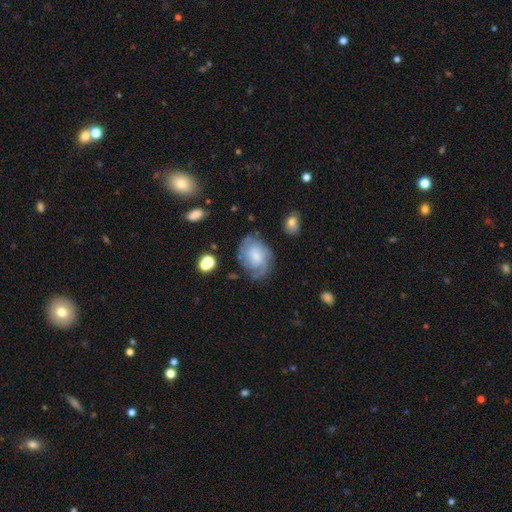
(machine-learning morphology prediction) smooth_or_featured: featured or disk (p=0.58) [alt: smooth p=0.34]
disk_edge_on: no (p=0.97) [alt: yes p=0.03]
bar: no (p=0.62) [alt: weak p=0.33]
has_spiral_arms: yes (p=0.83) [alt: no p=0.17]
bulge_size: small (p=0.35) [alt: moderate p=0.32]
merging: none (p=0.65) [alt: minor disturbance p=0.22]